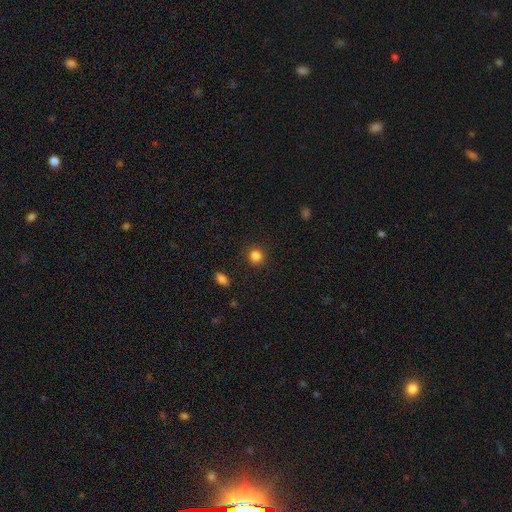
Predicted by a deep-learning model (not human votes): The model was most divided on "smooth or featured": smooth: 83%, star or artifact: 12%, featured or disk: 4%. More confident: merging — none (88%); how rounded — round (88%).